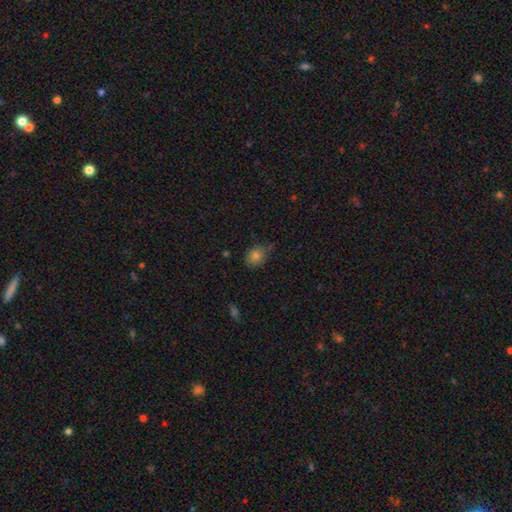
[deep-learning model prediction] A smooth galaxy with no disk features (79%) that is round (59%).

Vote fractions:
- Smooth or featured? smooth: 79% / star or artifact: 12% / featured or disk: 9%
- How rounded? round: 59% / in between: 40% / cigar-shaped: 1%
- Merging? none: 69% / minor disturbance: 24% / major disturbance: 4% / merger: 4%